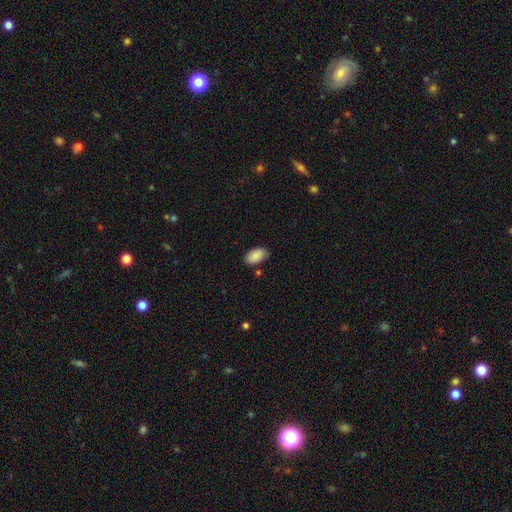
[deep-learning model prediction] smooth-or-featured: smooth: 89% | star or artifact: 6% | featured or disk: 4%
  how-rounded: in between: 95% | round: 3% | cigar-shaped: 2%
  merging: none: 81% | minor disturbance: 14% | major disturbance: 3% | merger: 3%